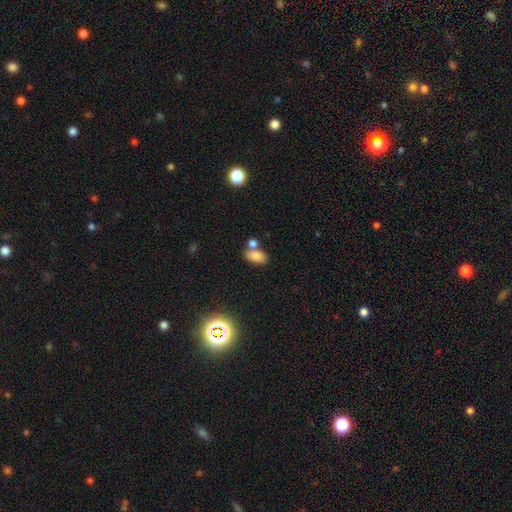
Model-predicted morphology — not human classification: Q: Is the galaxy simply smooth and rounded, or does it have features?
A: smooth — 80%.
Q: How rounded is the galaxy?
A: in between — 89%.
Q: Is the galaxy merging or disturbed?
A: none — 53%.